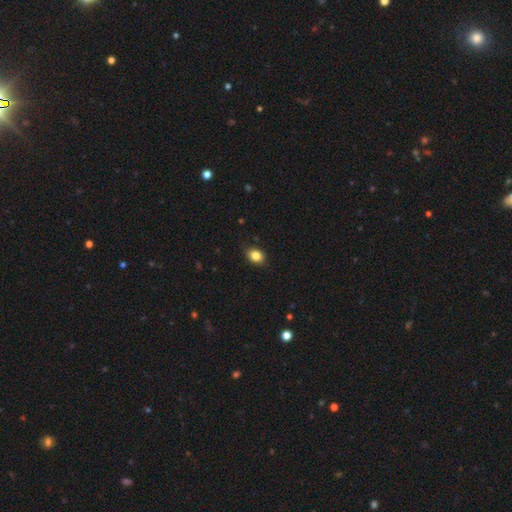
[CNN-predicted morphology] The model was most divided on "how rounded": in between: 67%, round: 32%, cigar-shaped: 1%. More confident: merging — none (87%); smooth or featured — smooth (85%).